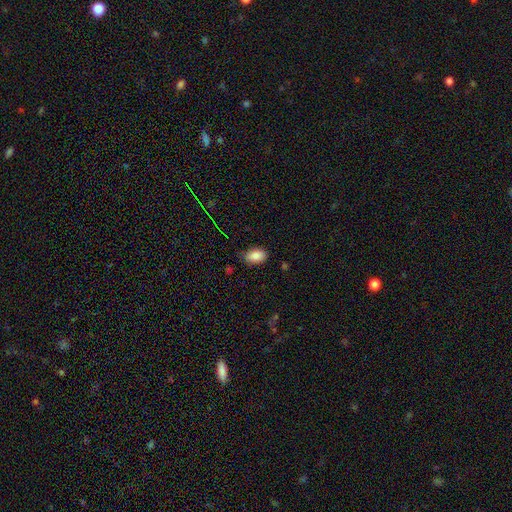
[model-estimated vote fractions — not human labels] A smooth galaxy with no disk features (86%) that is in between round and cigar-shaped (91%).

Vote fractions:
- Smooth or featured? smooth: 86% / star or artifact: 9% / featured or disk: 6%
- How rounded? in between: 91% / round: 7% / cigar-shaped: 2%
- Merging? none: 78% / minor disturbance: 18% / major disturbance: 3% / merger: 1%